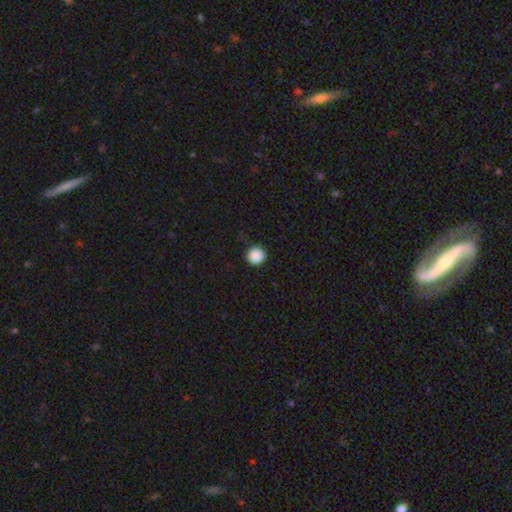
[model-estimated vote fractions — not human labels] A smooth galaxy with no disk features (88%) that is round (96%). Merging: none (90%).